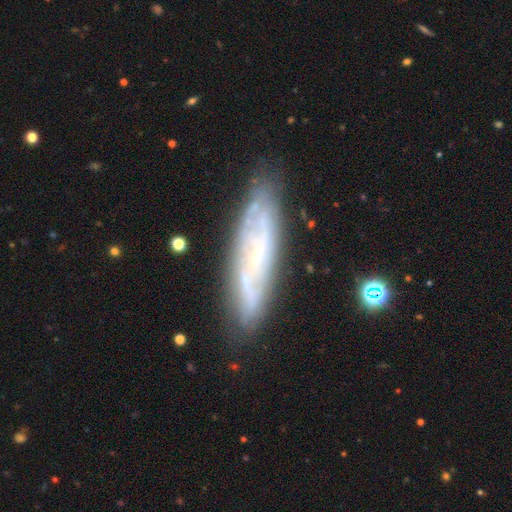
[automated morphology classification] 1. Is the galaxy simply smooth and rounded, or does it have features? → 70% featured or disk, 22% smooth, 8% star or artifact.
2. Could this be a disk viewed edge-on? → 64% no, 36% yes.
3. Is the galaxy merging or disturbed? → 79% none, 15% minor disturbance, 4% major disturbance, 2% merger.